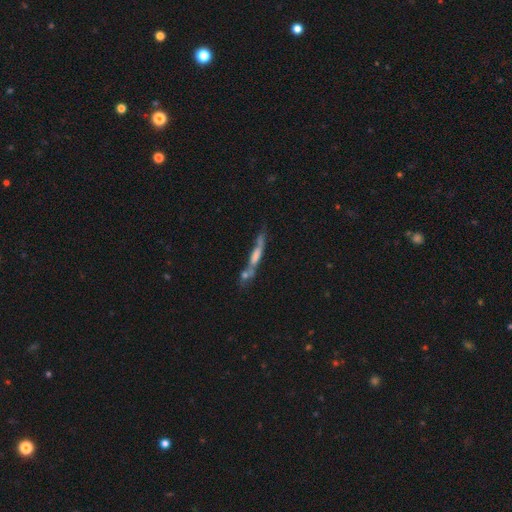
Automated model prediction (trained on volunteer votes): A featured or disk galaxy (61%) viewed edge-on (82%) with a rounded central bulge (44%).

Vote fractions:
- Smooth or featured? featured or disk: 61% / smooth: 27% / star or artifact: 12%
- Edge-on disk? yes: 82% / no: 18%
- Edge-on bulge? rounded: 44% / none: 35% / boxy: 21%
- Merging? none: 53% / merger: 22% / minor disturbance: 16% / major disturbance: 9%